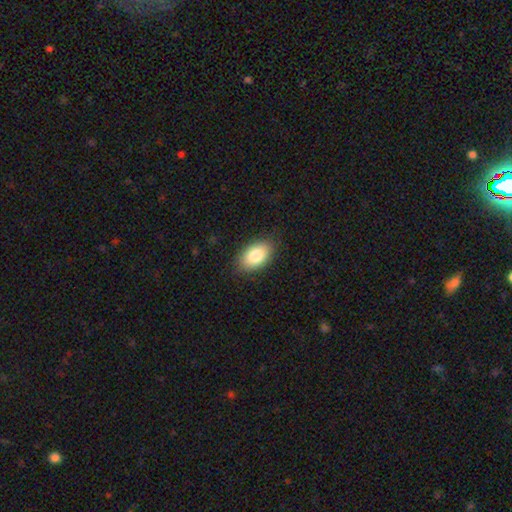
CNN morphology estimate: Smooth or featured?
  - smooth: 83% *
  - featured or disk: 10%
  - star or artifact: 7%
How rounded?
  - in between: 92% *
  - round: 6%
  - cigar-shaped: 2%
Merging?
  - none: 85% *
  - minor disturbance: 12%
  - major disturbance: 3%
  - merger: 1%